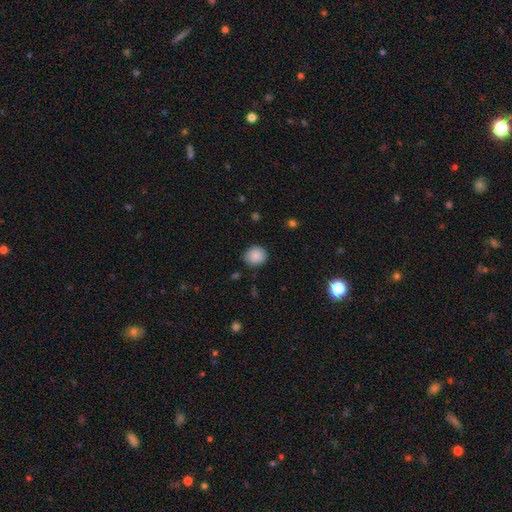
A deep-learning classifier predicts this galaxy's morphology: Smooth or featured: smooth — 88% (star or artifact — 8%)
How rounded: round — 84% (in between — 15%)
Merging: none — 84% (minor disturbance — 12%)